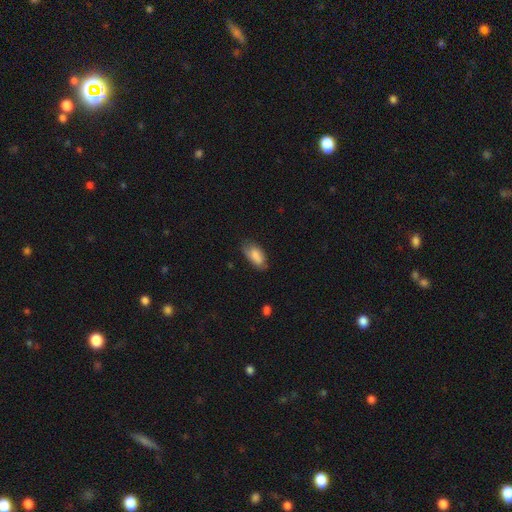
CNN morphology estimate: Smooth or featured?
  - smooth: 78% *
  - featured or disk: 16%
  - star or artifact: 7%
How rounded?
  - in between: 90% *
  - cigar-shaped: 7%
  - round: 3%
Merging?
  - none: 67% *
  - minor disturbance: 26%
  - major disturbance: 6%
  - merger: 2%